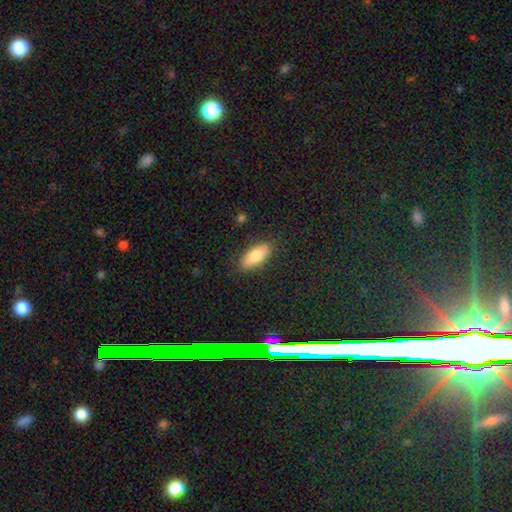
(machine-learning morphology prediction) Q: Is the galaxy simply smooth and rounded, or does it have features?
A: smooth — 78%.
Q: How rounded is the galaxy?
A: in between — 85%.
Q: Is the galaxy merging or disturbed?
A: none — 85%.